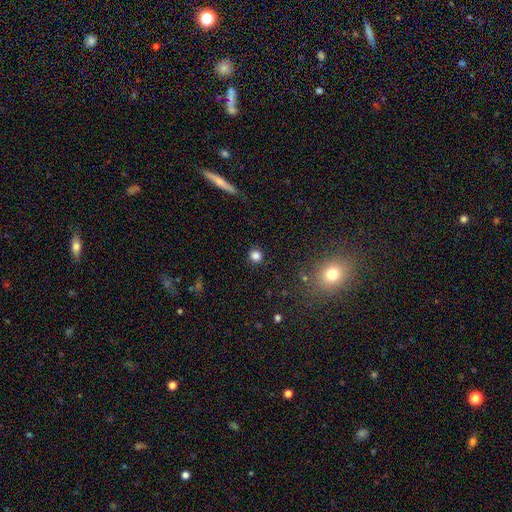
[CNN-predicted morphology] Q: Smooth or featured?
A: smooth (83%); runner-up: star or artifact (13%)
Q: How rounded?
A: round (92%); runner-up: in between (7%)
Q: Merging?
A: none (91%); runner-up: minor disturbance (6%)